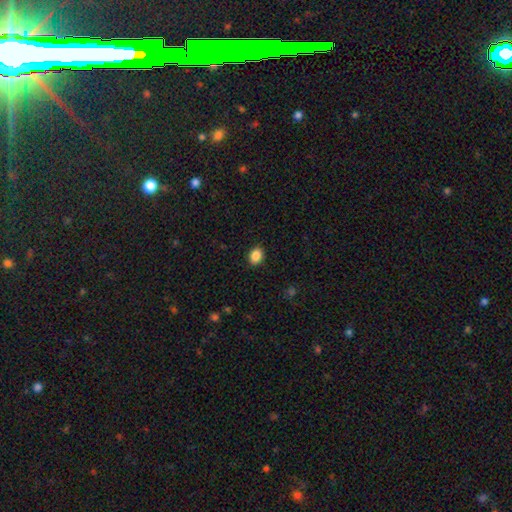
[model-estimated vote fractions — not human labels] Smooth or featured? smooth (88%)
How rounded? in between (64%)
Merging? none (90%)